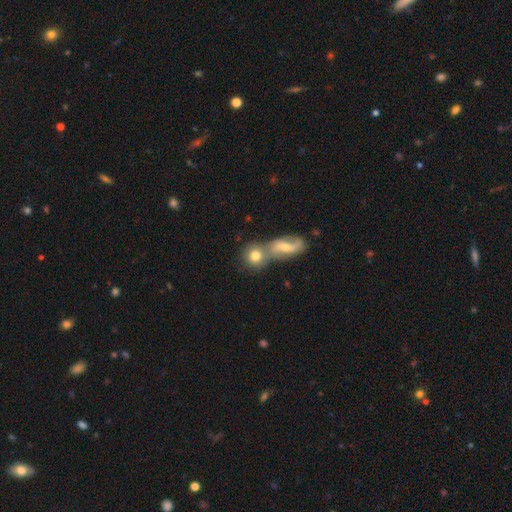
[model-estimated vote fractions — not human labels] Overall: smooth (70%). How rounded: round (78%). Merging: merger (46%; none 42%).